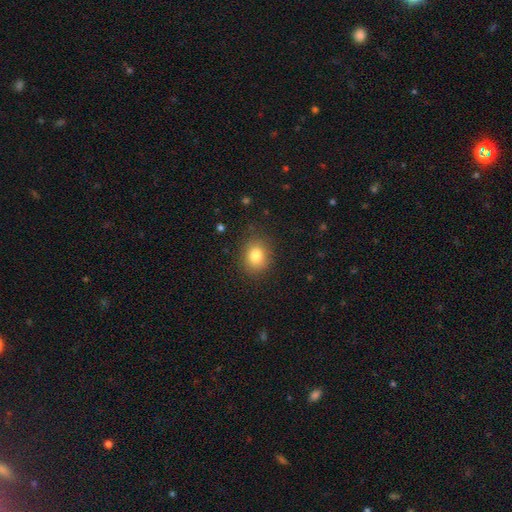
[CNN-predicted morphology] A smooth galaxy with no disk features (83%) that is round (58%).

Vote fractions:
- Smooth or featured? smooth: 83% / star or artifact: 10% / featured or disk: 7%
- How rounded? round: 58% / in between: 41% / cigar-shaped: 1%
- Merging? none: 86% / minor disturbance: 10% / major disturbance: 3% / merger: 1%